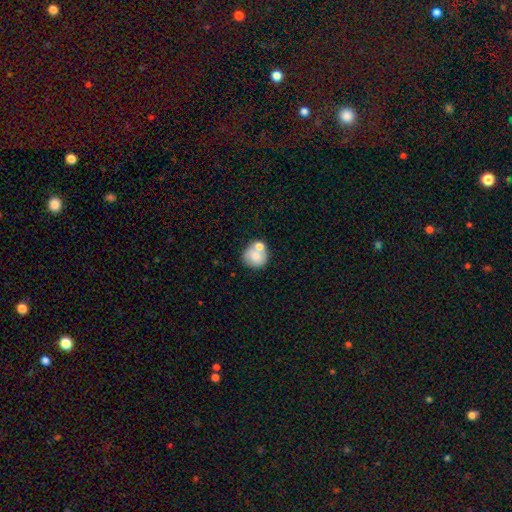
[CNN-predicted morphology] Smooth or featured? smooth (74%)
How rounded? round (85%)
Merging? none (47%)